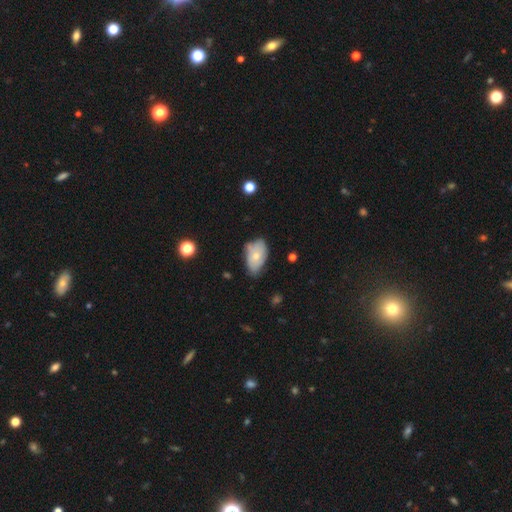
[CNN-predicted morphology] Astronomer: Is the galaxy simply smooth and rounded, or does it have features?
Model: smooth — 63%.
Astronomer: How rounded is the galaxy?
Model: in between — 91%.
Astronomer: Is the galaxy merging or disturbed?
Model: none — 46% (runner-up: minor disturbance, 41%).